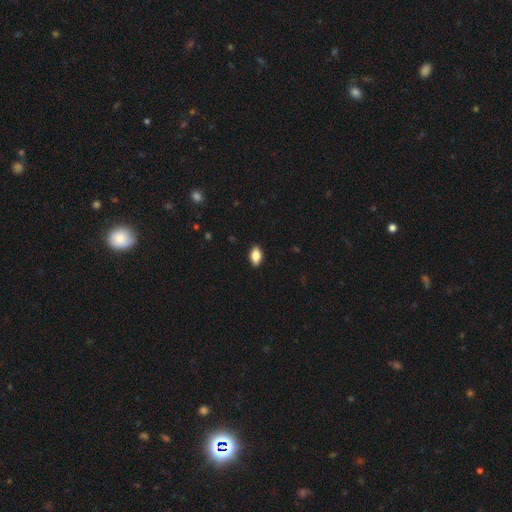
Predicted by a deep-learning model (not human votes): A smooth galaxy with no disk features (84%) that is in between round and cigar-shaped (91%). Merging: none (89%).